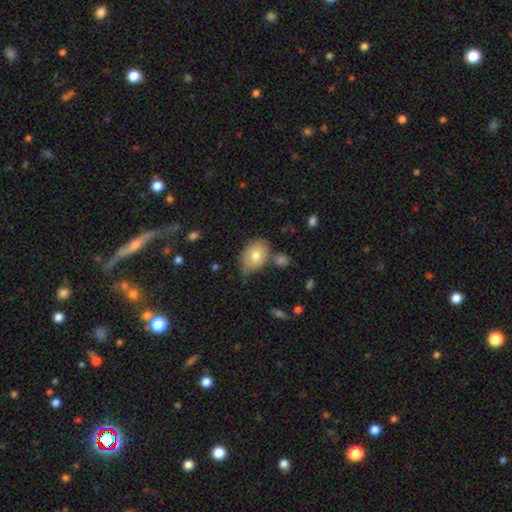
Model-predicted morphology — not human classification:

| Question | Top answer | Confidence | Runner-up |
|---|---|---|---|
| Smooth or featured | smooth | 76% | featured or disk (17%) |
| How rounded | in between | 80% | round (19%) |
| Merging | none | 60% | minor disturbance (25%) |